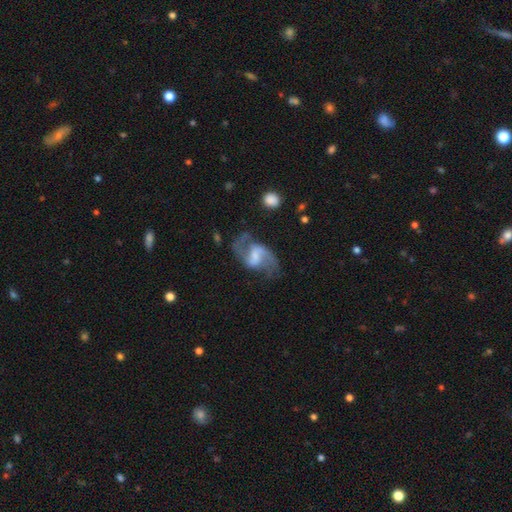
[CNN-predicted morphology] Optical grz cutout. It shows a featured or disk galaxy (85%) with a weak bar (54%), 2 (90%) loose (48%) spiral arms (95%) and a moderate central bulge (32%). Merging: none (63%).